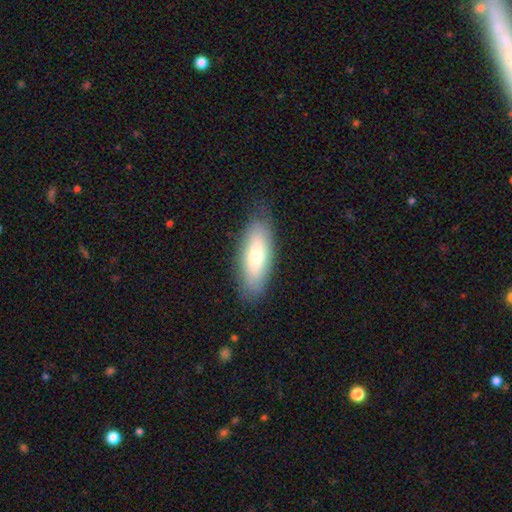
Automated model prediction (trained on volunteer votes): Q: Smooth or featured?
A: smooth (68%); runner-up: featured or disk (25%)
Q: How rounded?
A: in between (69%); runner-up: cigar-shaped (28%)
Q: Merging?
A: none (80%); runner-up: minor disturbance (15%)